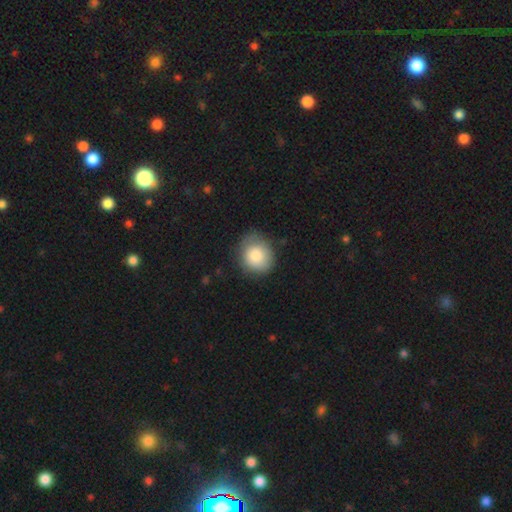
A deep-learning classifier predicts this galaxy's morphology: This appears to be a smooth galaxy with no disk features (83%) that is round (78%). Merging: none (72%).